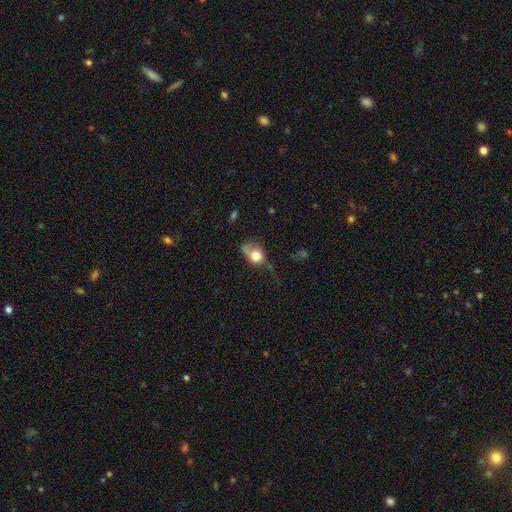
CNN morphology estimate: A smooth galaxy with no disk features (73%) that is in between round and cigar-shaped (55%). Merging: major disturbance (33%).